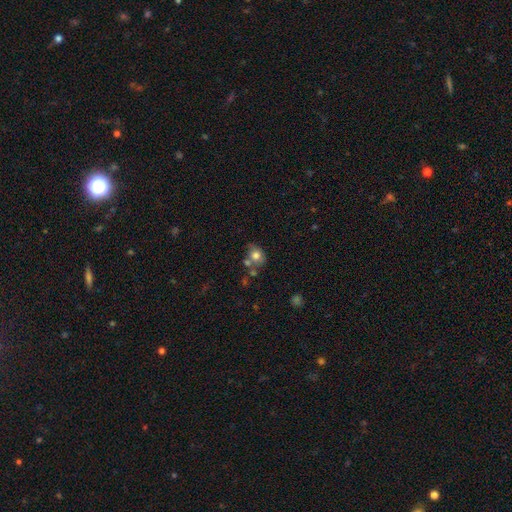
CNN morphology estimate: Overall: smooth (73%). How rounded: round (52%; in between 47%). Merging: none (46%; merger 26%).